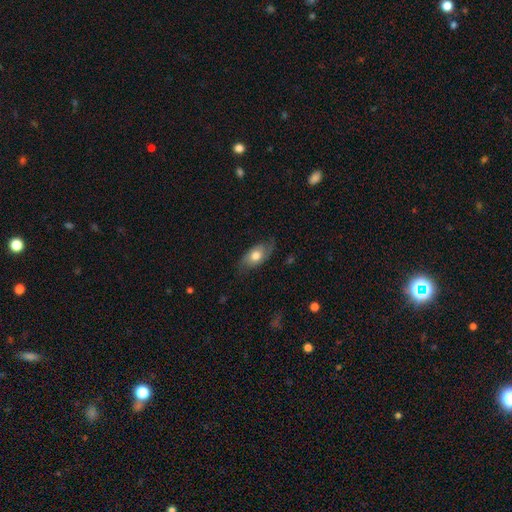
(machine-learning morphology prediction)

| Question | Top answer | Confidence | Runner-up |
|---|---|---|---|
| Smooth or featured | smooth | 57% | featured or disk (37%) |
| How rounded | in between | 88% | round (8%) |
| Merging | none | 68% | minor disturbance (23%) |